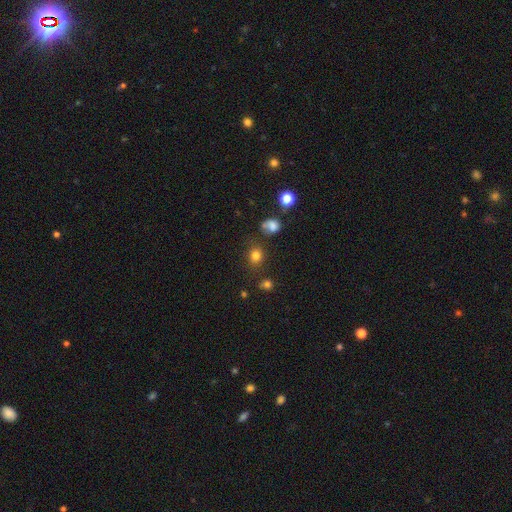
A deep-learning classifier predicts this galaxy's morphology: A smooth galaxy with no disk features (78%) that is round (68%). Merging: none (75%).